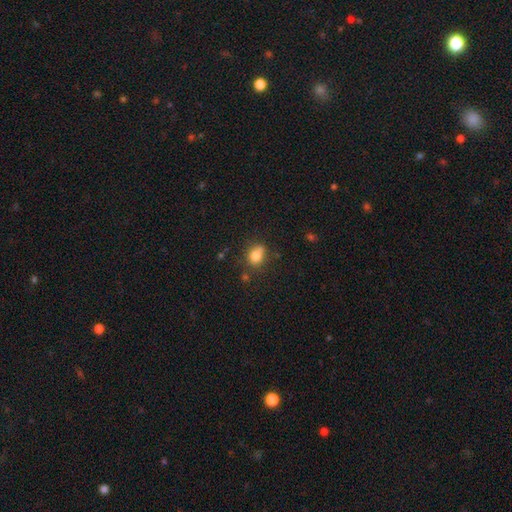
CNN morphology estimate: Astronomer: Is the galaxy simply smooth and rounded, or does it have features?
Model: smooth — 79%.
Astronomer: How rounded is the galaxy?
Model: round — 53% (runner-up: in between, 46%).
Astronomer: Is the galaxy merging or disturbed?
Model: none — 64%.